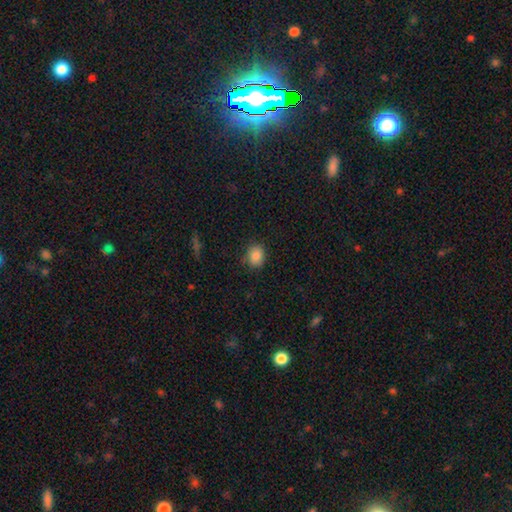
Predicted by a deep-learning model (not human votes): smooth 85%, star or artifact 10%, featured or disk 6%. Down the decision tree: how rounded — round (63%); merging — none (82%).